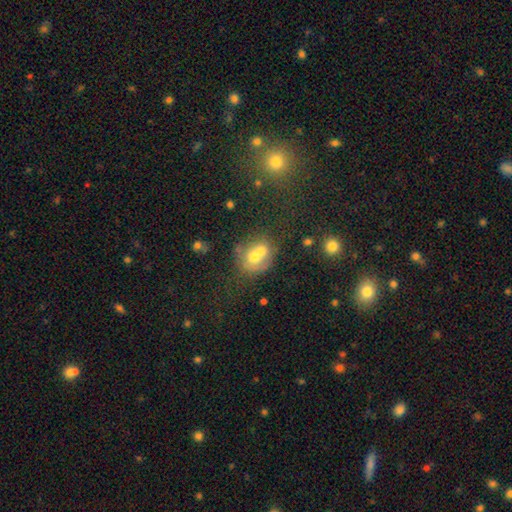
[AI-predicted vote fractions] Smooth or featured? Predicted: smooth (p=0.58). How rounded? Predicted: round (p=0.61). Merging? Predicted: merger (p=0.64).